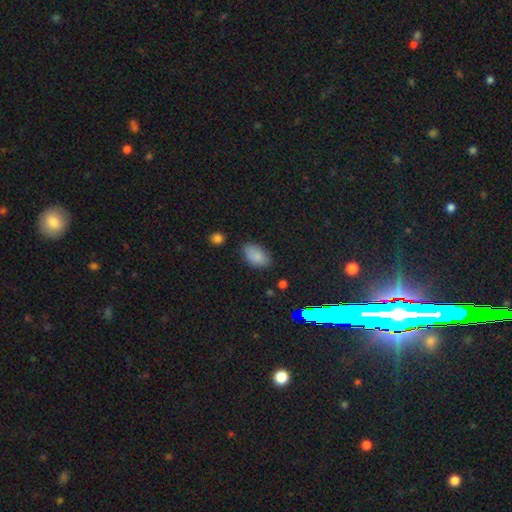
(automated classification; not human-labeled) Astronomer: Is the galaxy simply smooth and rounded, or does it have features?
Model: smooth — 83%.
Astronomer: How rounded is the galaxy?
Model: in between — 91%.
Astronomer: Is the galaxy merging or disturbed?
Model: none — 74%.